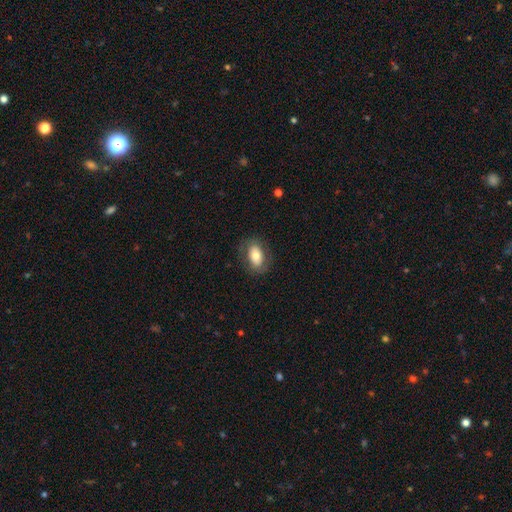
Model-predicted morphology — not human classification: Smooth or featured: smooth — 72% (featured or disk — 21%)
How rounded: in between — 89% (round — 9%)
Merging: none — 80% (minor disturbance — 13%)